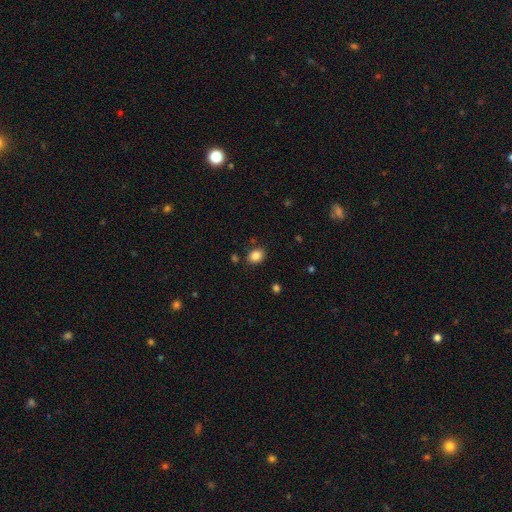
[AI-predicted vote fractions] A smooth galaxy with no disk features (85%) that is in between round and cigar-shaped (55%).

Vote fractions:
- Smooth or featured? smooth: 85% / star or artifact: 10% / featured or disk: 5%
- How rounded? in between: 55% / round: 44% / cigar-shaped: 1%
- Merging? none: 85% / minor disturbance: 10% / merger: 3% / major disturbance: 3%